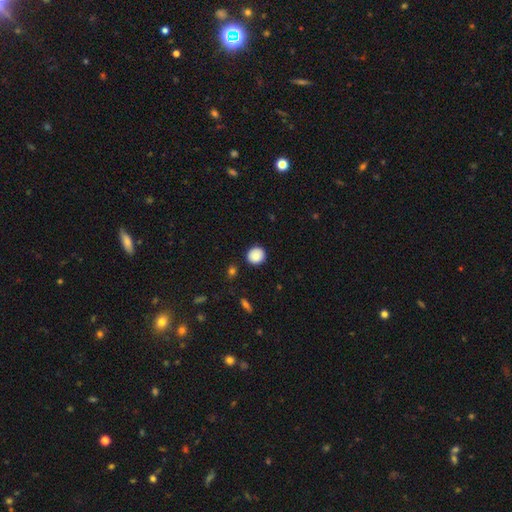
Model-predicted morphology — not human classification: Smooth or featured? Predicted: smooth (p=0.88). How rounded? Predicted: round (p=0.90). Merging? Predicted: none (p=0.90).